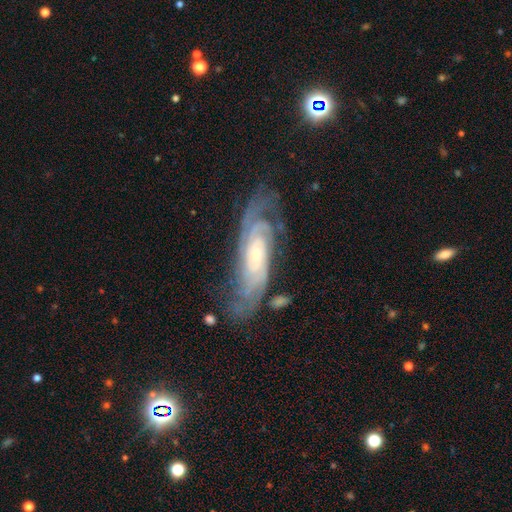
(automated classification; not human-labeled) featured or disk 86%, smooth 8%, star or artifact 6%. Down the decision tree: edge-on disk — no (89%); bar — no (61%); spiral arms — yes (97%); spiral arm count — can't tell (30%); spiral winding — tight (65%); bulge size — small (55%); merging — none (68%).